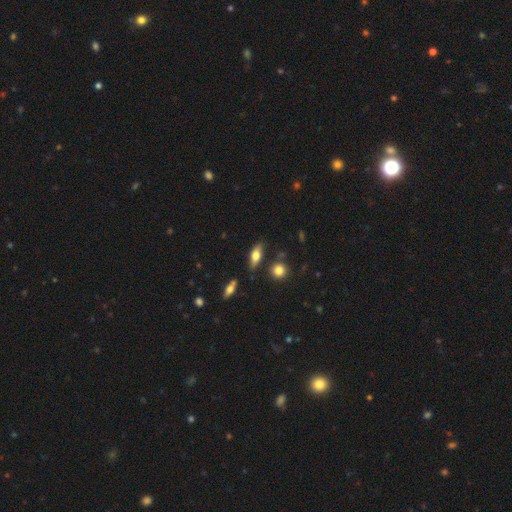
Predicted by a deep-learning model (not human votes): smooth_or_featured: smooth (p=0.66) [alt: featured or disk p=0.27]
how_rounded: in between (p=0.70) [alt: cigar-shaped p=0.25]
merging: none (p=0.77) [alt: minor disturbance p=0.14]